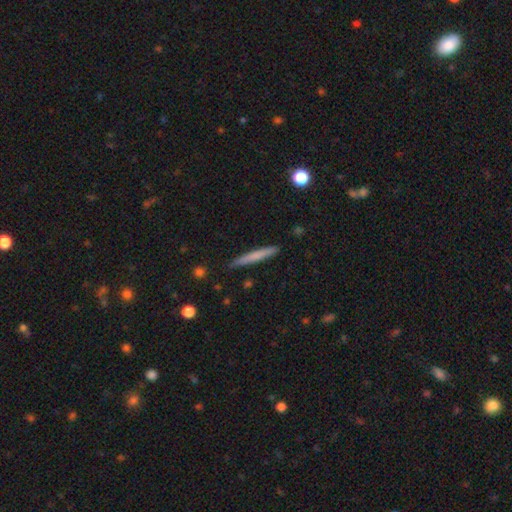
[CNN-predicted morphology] Smooth or featured?
  - smooth: 66% *
  - featured or disk: 28%
  - star or artifact: 6%
How rounded?
  - cigar-shaped: 96% *
  - in between: 3%
  - round: 1%
Merging?
  - none: 89% *
  - minor disturbance: 8%
  - major disturbance: 2%
  - merger: 1%